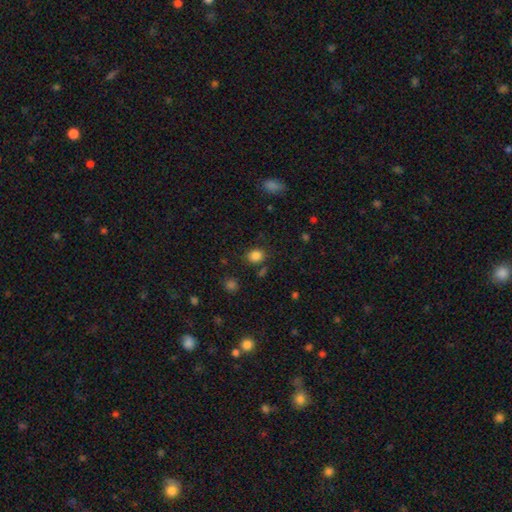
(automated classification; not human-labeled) smooth 84%, star or artifact 12%, featured or disk 4%. Down the decision tree: how rounded — round (52%); merging — none (80%).